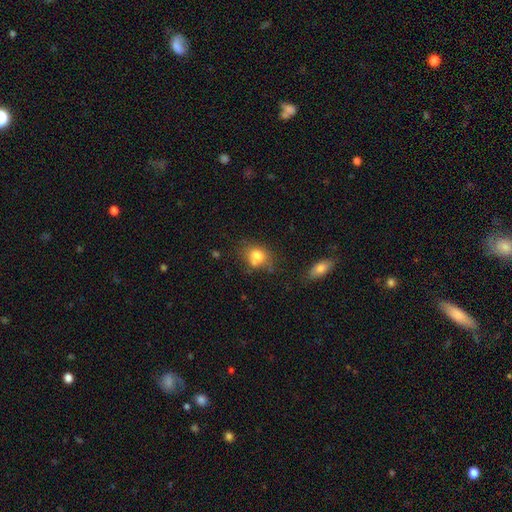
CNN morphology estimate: smooth-or-featured: smooth: 77% | featured or disk: 13% | star or artifact: 11%
  how-rounded: round: 53% | in between: 46% | cigar-shaped: 1%
  merging: none: 54% | minor disturbance: 22% | merger: 16% | major disturbance: 8%